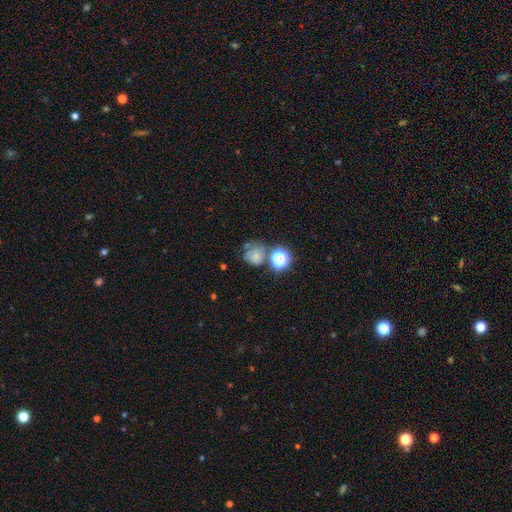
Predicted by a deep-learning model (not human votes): smooth-or-featured: smooth: 58% | featured or disk: 21% | star or artifact: 21%
  how-rounded: round: 79% | in between: 20% | cigar-shaped: 1%
  merging: none: 48% | merger: 20% | minor disturbance: 20% | major disturbance: 13%